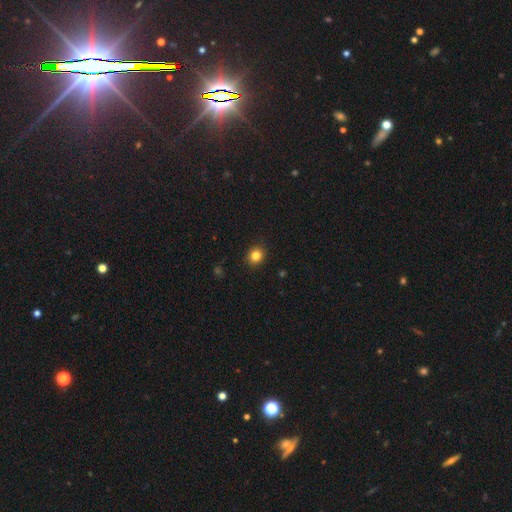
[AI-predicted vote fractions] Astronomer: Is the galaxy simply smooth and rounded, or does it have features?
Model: smooth — 83%.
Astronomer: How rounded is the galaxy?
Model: round — 84%.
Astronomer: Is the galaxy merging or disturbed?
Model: none — 91%.